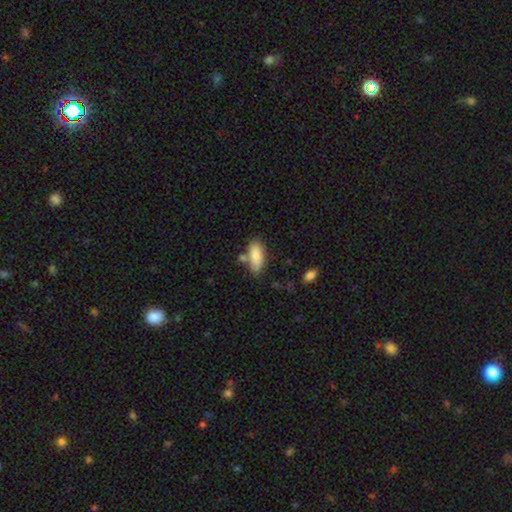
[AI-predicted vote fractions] Morphology: type=smooth (84%); roundness=in between (82%); merging=none (67%).